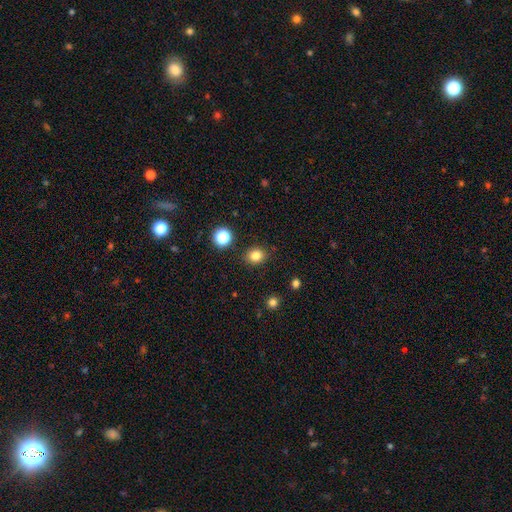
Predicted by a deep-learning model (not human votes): The model was most divided on "how rounded": round: 69%, in between: 30%, cigar-shaped: 1%. More confident: merging — none (87%); smooth or featured — smooth (81%).